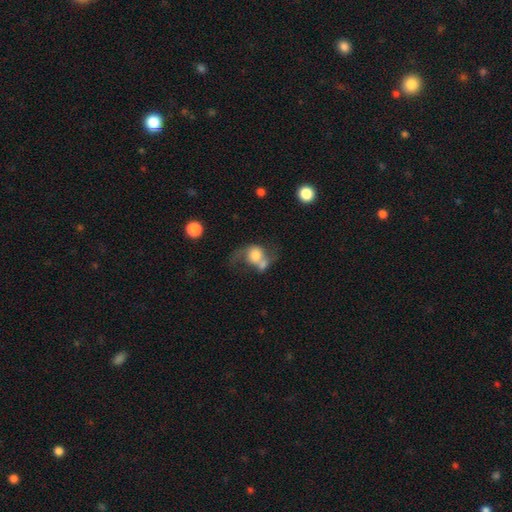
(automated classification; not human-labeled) Smooth or featured? Predicted: smooth (p=0.51). How rounded? Predicted: round (p=0.64). Merging? Predicted: merger (p=0.42).